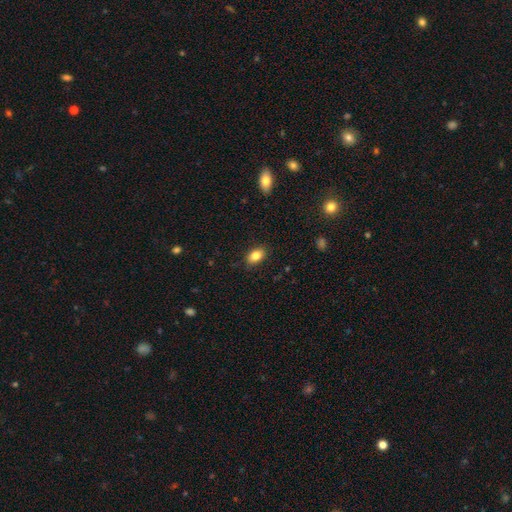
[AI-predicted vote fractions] A smooth galaxy with no disk features (84%) that is in between round and cigar-shaped (85%). Merging: none (87%).